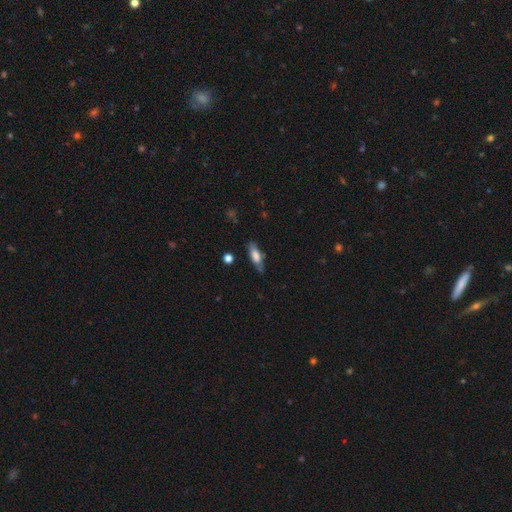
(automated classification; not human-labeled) The model was most divided on "how rounded": in between: 56%, cigar-shaped: 41%, round: 2%. More confident: merging — none (72%); smooth or featured — smooth (66%).